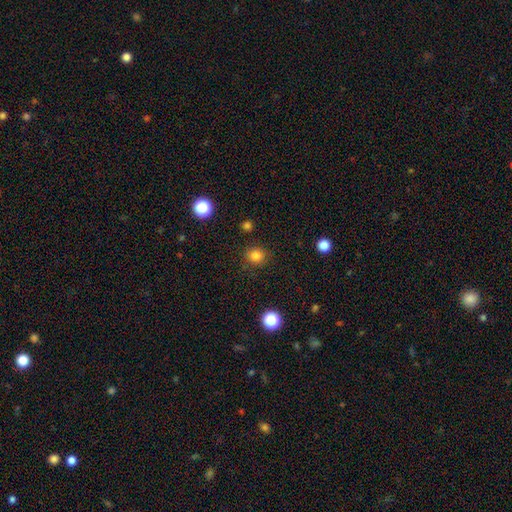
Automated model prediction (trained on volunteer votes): Smooth or featured? smooth (83%)
How rounded? round (84%)
Merging? none (87%)